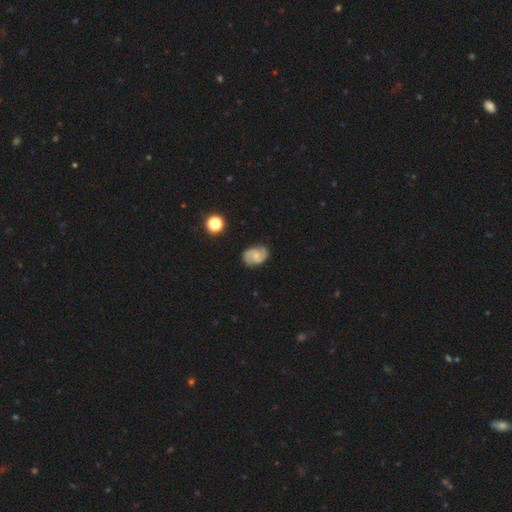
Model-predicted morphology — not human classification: Overall: featured or disk (75%). Edge-on disk: no (98%). Bar: no (53%; weak 41%). Spiral arms: yes (96%). Spiral arm count: 2 (90%). Spiral winding: medium (50%; tight 33%). Bulge size: small (52%; moderate 25%). Merging: none (82%).